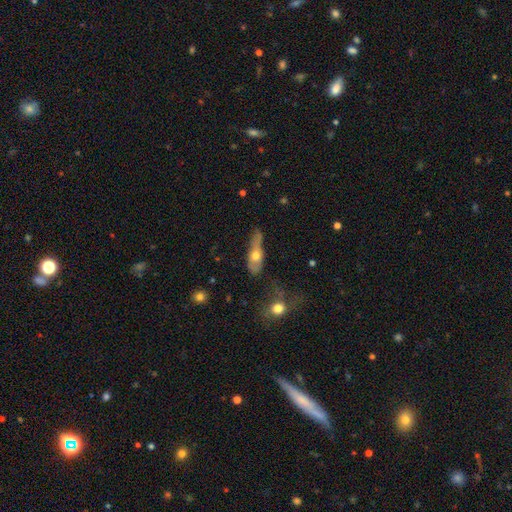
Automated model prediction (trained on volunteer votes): smooth-or-featured: smooth: 50% | featured or disk: 43% | star or artifact: 8%
  merging: minor disturbance: 34% | none: 32% | major disturbance: 27% | merger: 7%